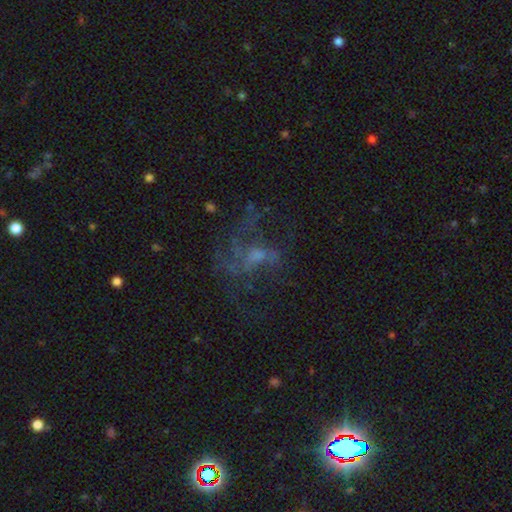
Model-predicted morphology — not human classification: Smooth or featured? featured or disk (58%)
Edge-on disk? no (97%)
Bar? no (69%)
Spiral arms? no (52%)
Bulge size? small (38%)
Merging? none (45%)